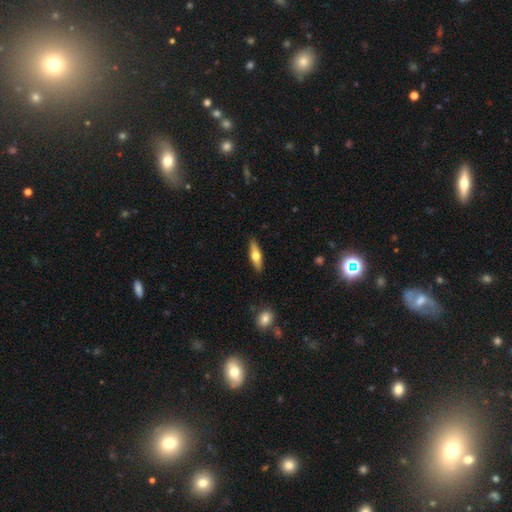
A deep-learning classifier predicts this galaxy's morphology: Overall: smooth (49%; featured or disk 45%). Merging: none (89%).